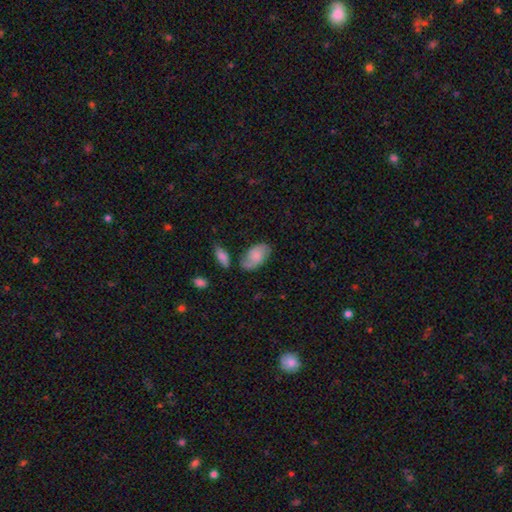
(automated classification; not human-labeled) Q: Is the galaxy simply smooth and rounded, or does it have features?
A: smooth — 54%.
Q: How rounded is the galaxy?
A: in between — 93%.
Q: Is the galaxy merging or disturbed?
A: none — 64%.